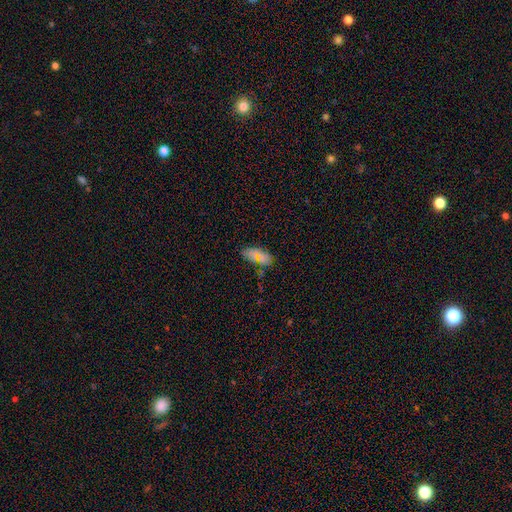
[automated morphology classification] Q: Smooth or featured?
A: smooth (69%); runner-up: star or artifact (21%)
Q: How rounded?
A: in between (90%); runner-up: cigar-shaped (7%)
Q: Merging?
A: none (71%); runner-up: minor disturbance (19%)